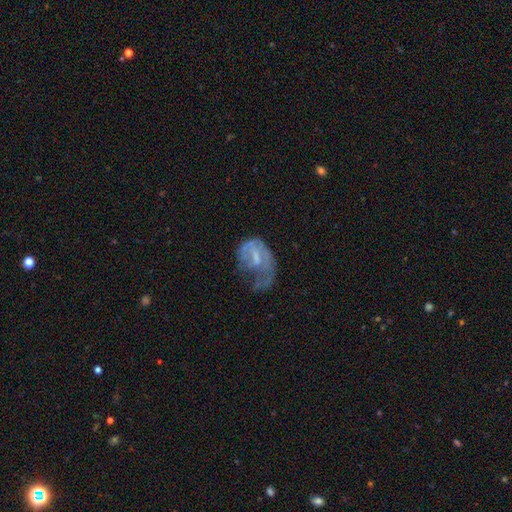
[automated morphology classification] This is likely a featured or disk galaxy (60%). It is clearly not viewed edge-on (97%). Bar: marginally weak (44%). Spiral arm pattern: possibly yes (54%). Central bulge: marginally small (36%). Merging: possibly major disturbance (55%).